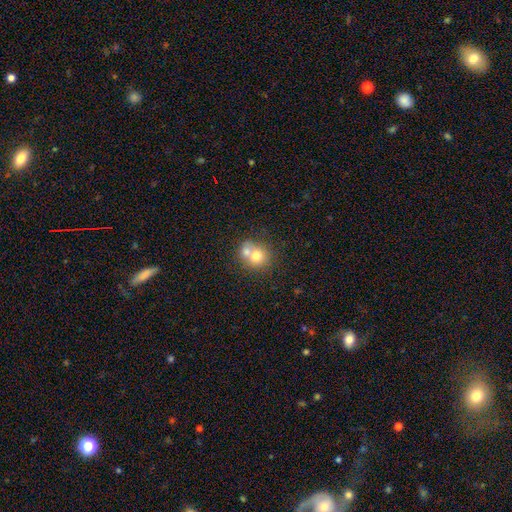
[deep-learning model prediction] smooth_or_featured: smooth (p=0.70) [alt: featured or disk p=0.20]
how_rounded: round (p=0.81) [alt: in between p=0.18]
merging: merger (p=0.56) [alt: none p=0.35]